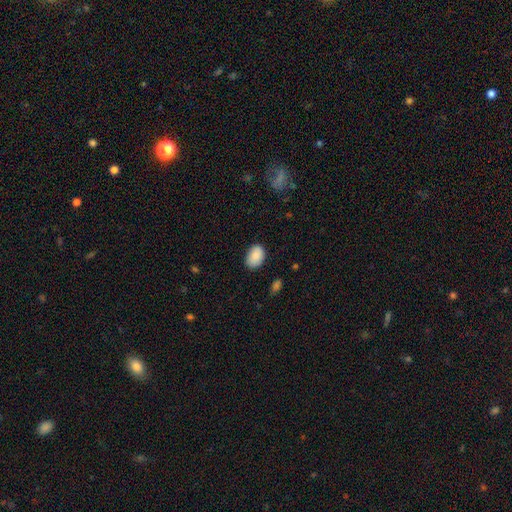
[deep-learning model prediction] Q: Smooth or featured?
A: smooth (86%); runner-up: featured or disk (8%)
Q: How rounded?
A: in between (83%); runner-up: round (16%)
Q: Merging?
A: none (81%); runner-up: minor disturbance (15%)